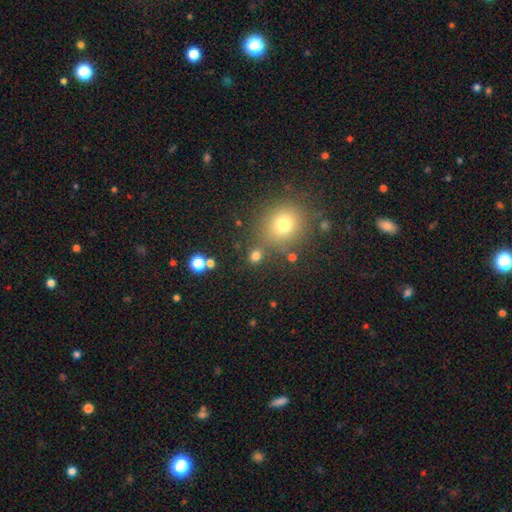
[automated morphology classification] The model was most divided on "smooth or featured": smooth: 75%, star or artifact: 19%, featured or disk: 6%. More confident: how rounded — round (81%); merging — none (77%).